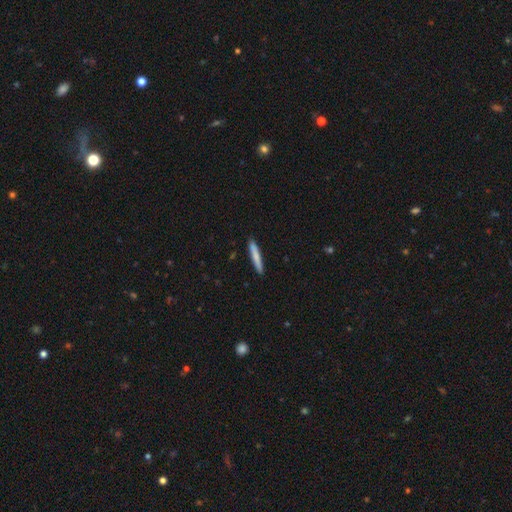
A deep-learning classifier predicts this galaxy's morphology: type=smooth (79%); roundness=cigar-shaped (95%); merging=none (91%).